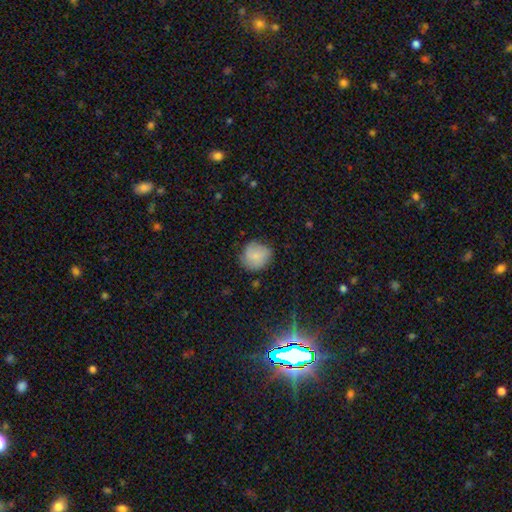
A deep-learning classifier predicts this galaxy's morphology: The model was most divided on "merging": none: 73%, minor disturbance: 21%, major disturbance: 5%, merger: 2%. More confident: how rounded — round (85%); smooth or featured — smooth (78%).